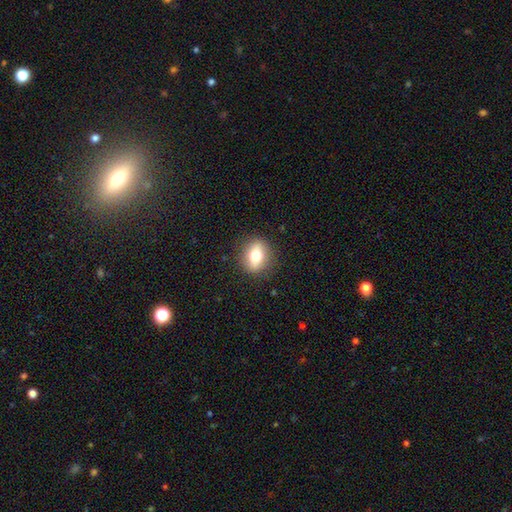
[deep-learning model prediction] This appears to be a smooth galaxy with no disk features (70%) that is in between round and cigar-shaped (60%). Merging: none (86%).